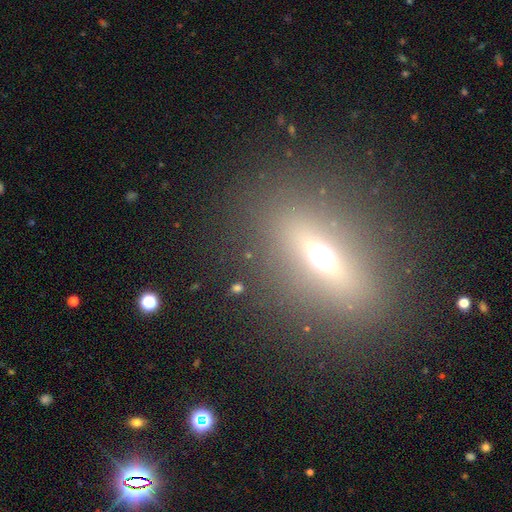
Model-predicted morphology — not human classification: The model was most divided on "smooth or featured": featured or disk: 49%, smooth: 33%, star or artifact: 17%. More confident: merging — none (86%).